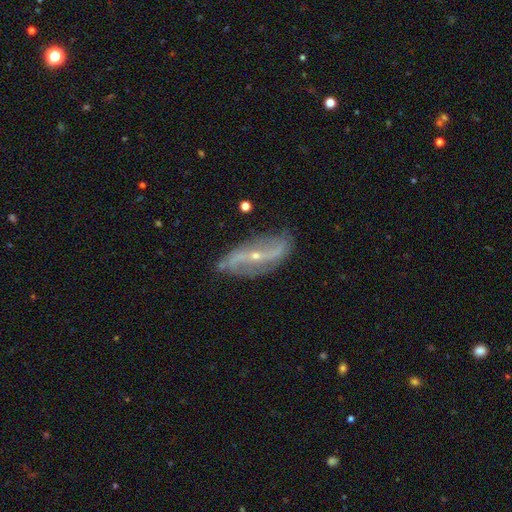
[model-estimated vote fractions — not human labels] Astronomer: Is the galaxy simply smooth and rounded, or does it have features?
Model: featured or disk — 86%.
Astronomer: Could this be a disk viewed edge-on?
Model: no — 87%.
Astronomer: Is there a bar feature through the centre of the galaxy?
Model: strong — 43% (runner-up: no, 29%).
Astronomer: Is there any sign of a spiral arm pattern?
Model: yes — 90%.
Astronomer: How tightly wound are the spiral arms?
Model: loose — 69%.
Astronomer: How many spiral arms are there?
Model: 2 — 90%.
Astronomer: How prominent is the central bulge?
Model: small — 76%.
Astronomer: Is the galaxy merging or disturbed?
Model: none — 77%.